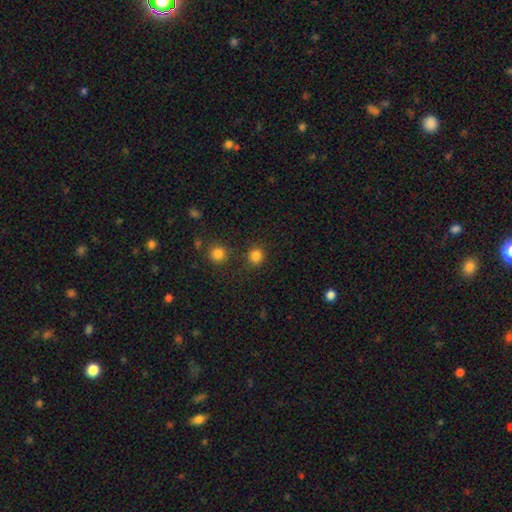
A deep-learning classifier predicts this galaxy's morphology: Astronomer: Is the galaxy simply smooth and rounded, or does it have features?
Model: smooth — 83%.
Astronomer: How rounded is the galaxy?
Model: round — 89%.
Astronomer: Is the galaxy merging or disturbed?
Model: none — 84%.